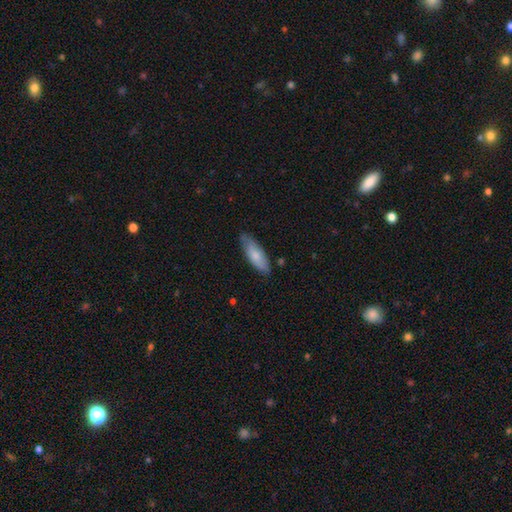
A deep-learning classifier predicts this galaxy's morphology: Smooth or featured?
  - smooth: 75% *
  - featured or disk: 19%
  - star or artifact: 5%
How rounded?
  - in between: 61% *
  - cigar-shaped: 37%
  - round: 2%
Merging?
  - none: 76% *
  - minor disturbance: 20%
  - major disturbance: 3%
  - merger: 2%